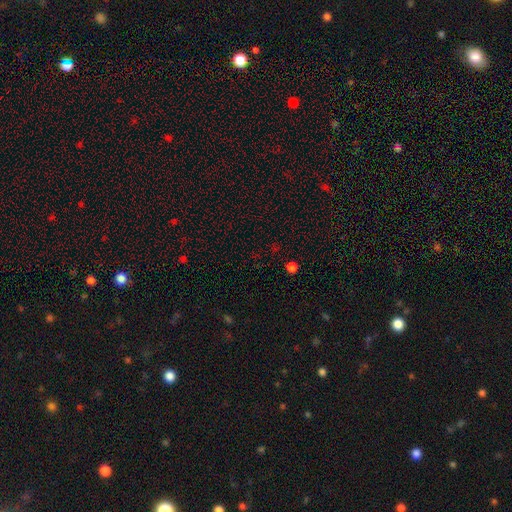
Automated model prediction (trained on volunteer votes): This is possibly a star or artifact rather than a galaxy (57%).